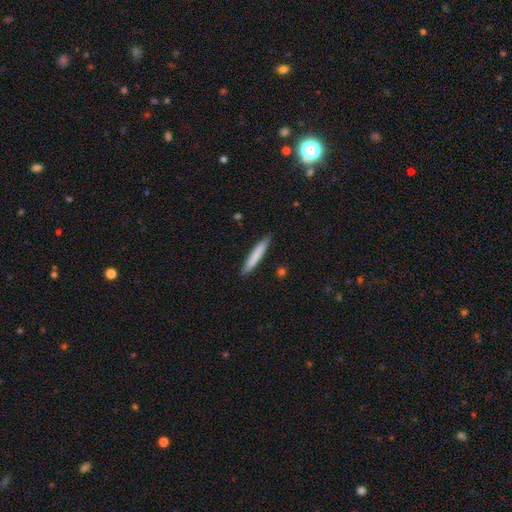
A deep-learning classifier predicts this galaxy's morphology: Q: Smooth or featured?
A: smooth (78%); runner-up: featured or disk (16%)
Q: How rounded?
A: cigar-shaped (95%); runner-up: in between (4%)
Q: Merging?
A: none (90%); runner-up: minor disturbance (8%)